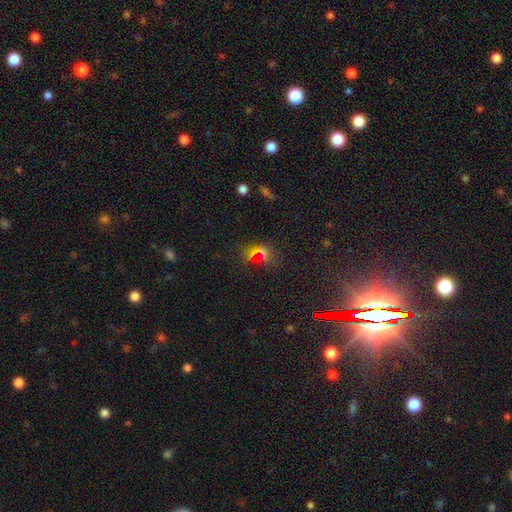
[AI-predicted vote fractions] Smooth or featured: star or artifact — 47% (smooth — 36%)